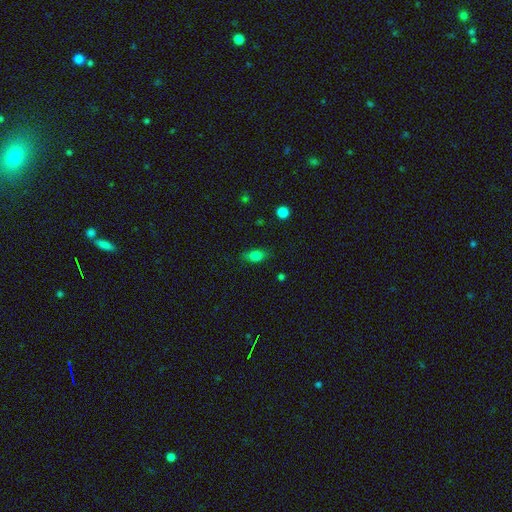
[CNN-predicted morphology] Smooth or featured: smooth — 80% (star or artifact — 11%)
How rounded: in between — 79% (round — 14%)
Merging: none — 78% (minor disturbance — 16%)